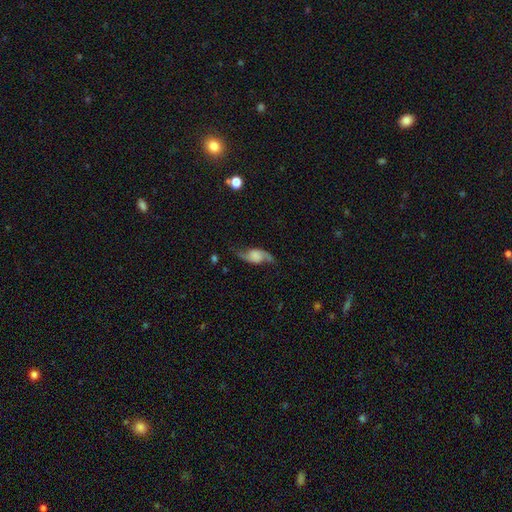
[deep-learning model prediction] A featured or disk galaxy (72%) with no bar (63%), 2 (92%) loose (77%) spiral arms (93%) and no central bulge (42%). Merging: none (68%).